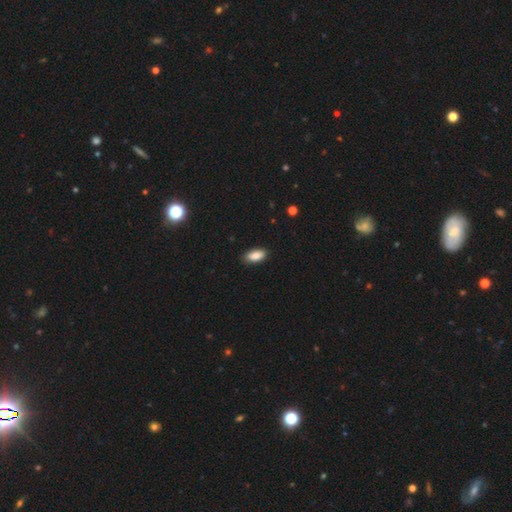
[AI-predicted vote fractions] This is clearly a smooth galaxy (88%). How rounded: clearly in between (90%). Merging: clearly none (87%).